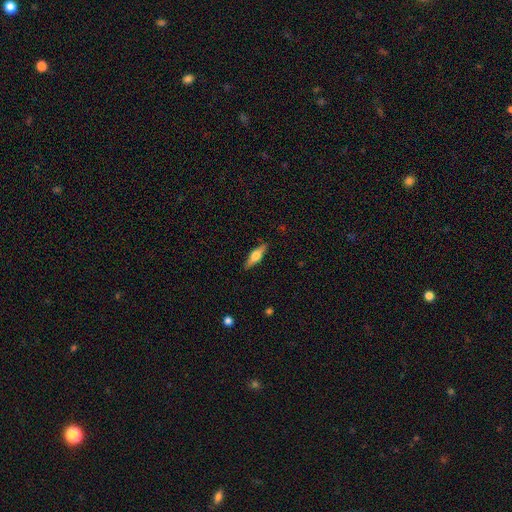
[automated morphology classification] Smooth or featured: featured or disk — 58% (smooth — 36%)
Edge-on disk: yes — 95% (no — 5%)
Edge-on bulge: rounded — 92% (boxy — 6%)
Merging: none — 88% (minor disturbance — 9%)